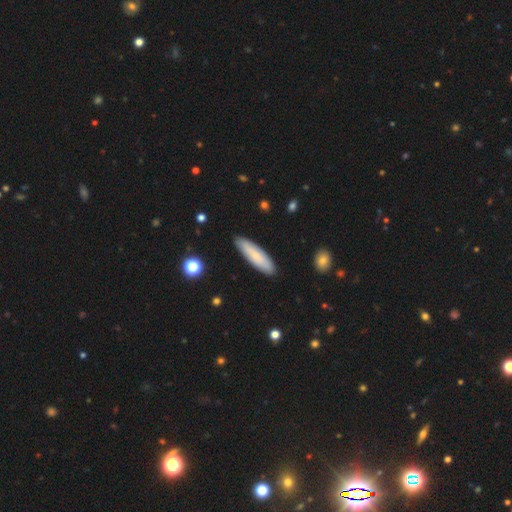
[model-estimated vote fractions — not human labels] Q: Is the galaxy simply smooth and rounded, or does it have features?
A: smooth — 71%.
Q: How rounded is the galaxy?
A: cigar-shaped — 69%.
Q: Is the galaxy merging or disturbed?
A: none — 88%.